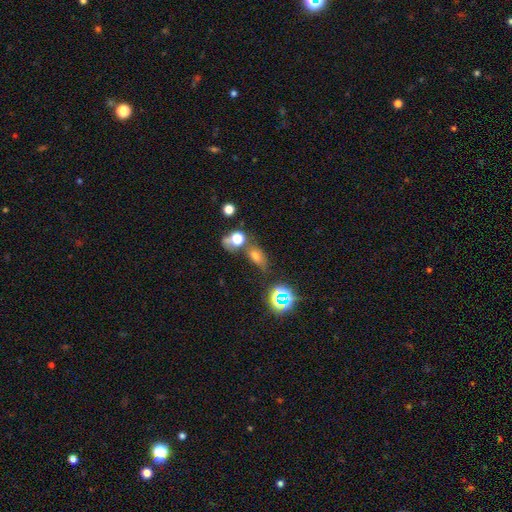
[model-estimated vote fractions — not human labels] smooth-or-featured: smooth: 60% | star or artifact: 27% | featured or disk: 13%
  how-rounded: in between: 68% | round: 26% | cigar-shaped: 5%
  merging: none: 50% | merger: 24% | minor disturbance: 16% | major disturbance: 10%